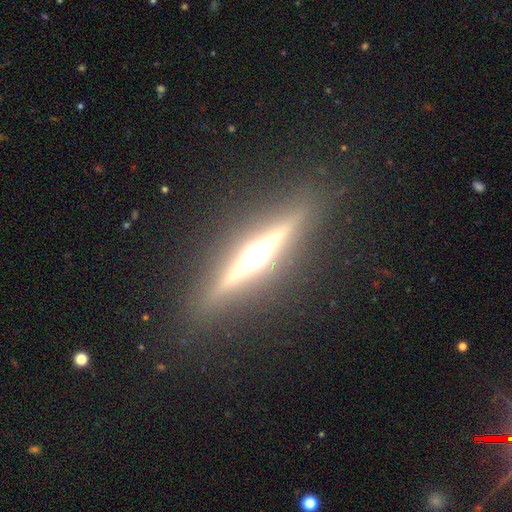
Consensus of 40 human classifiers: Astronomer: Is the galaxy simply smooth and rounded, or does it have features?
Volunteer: featured or disk — 90%.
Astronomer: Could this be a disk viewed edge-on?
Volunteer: yes — 100%.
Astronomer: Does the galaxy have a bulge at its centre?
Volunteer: rounded — 89%.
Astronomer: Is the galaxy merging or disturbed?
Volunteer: none — 92%.